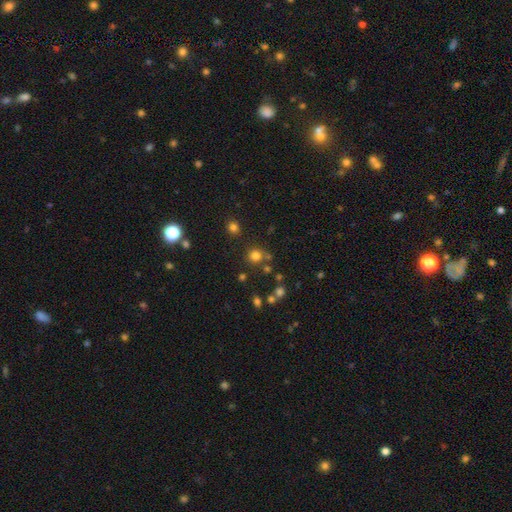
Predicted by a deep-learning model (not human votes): smooth-or-featured: smooth: 75% | star or artifact: 18% | featured or disk: 6%
  how-rounded: round: 89% | in between: 10% | cigar-shaped: 1%
  merging: none: 74% | merger: 12% | minor disturbance: 10% | major disturbance: 4%